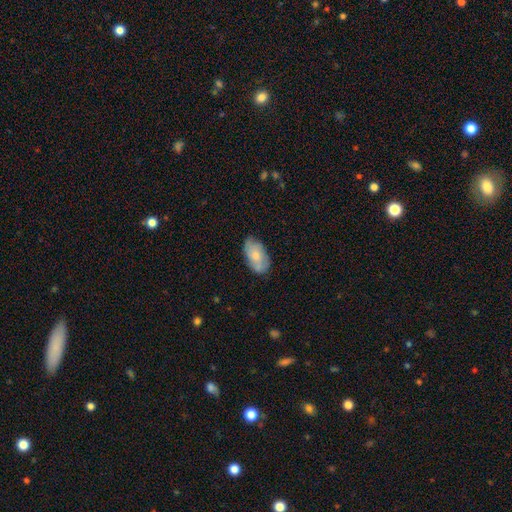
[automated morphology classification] smooth_or_featured: smooth (p=0.60) [alt: featured or disk p=0.34]
how_rounded: in between (p=0.93) [alt: round p=0.05]
merging: none (p=0.68) [alt: minor disturbance p=0.25]